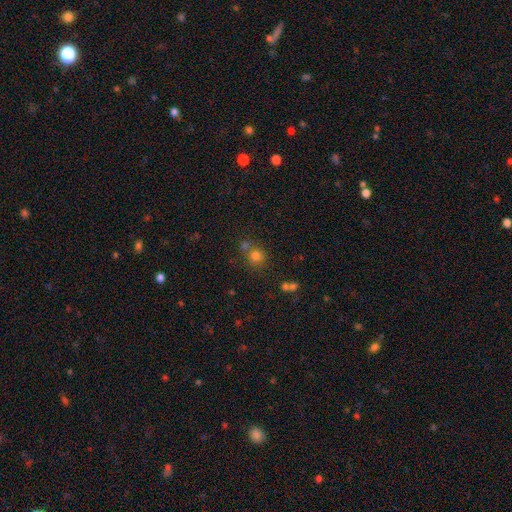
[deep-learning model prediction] Smooth or featured? smooth (75%)
How rounded? round (87%)
Merging? none (62%)